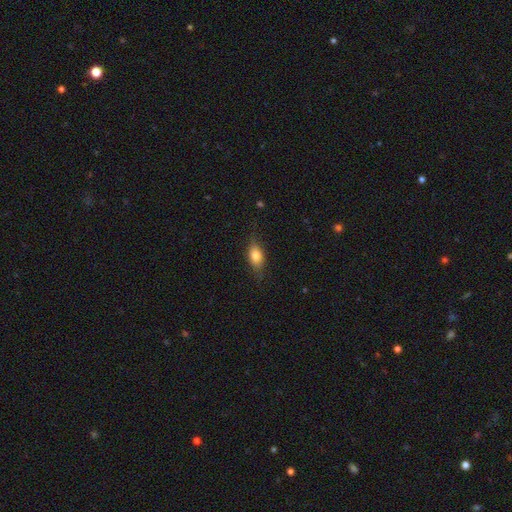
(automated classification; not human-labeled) The model was most divided on "merging": none: 74%, minor disturbance: 20%, major disturbance: 5%, merger: 1%. More confident: how rounded — in between (80%); smooth or featured — smooth (75%).